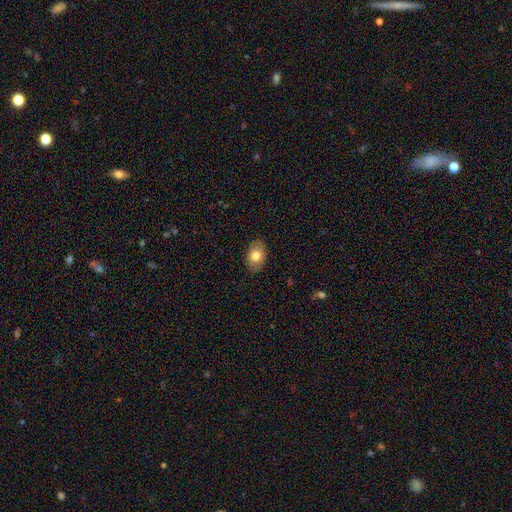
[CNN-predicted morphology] A smooth galaxy with no disk features (76%) that is in between round and cigar-shaped (82%). Merging: none (86%).